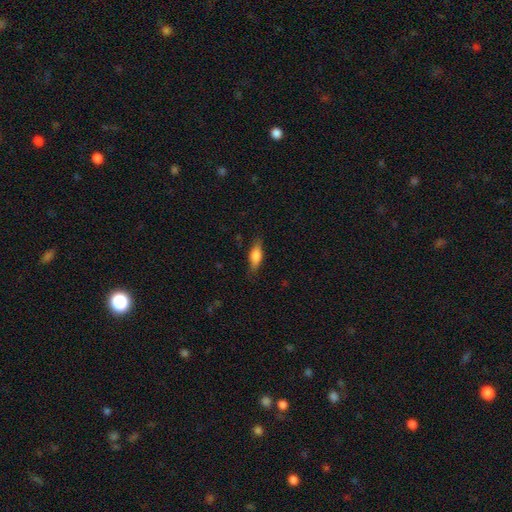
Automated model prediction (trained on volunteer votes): Smooth or featured? smooth (73%)
How rounded? in between (66%)
Merging? none (81%)